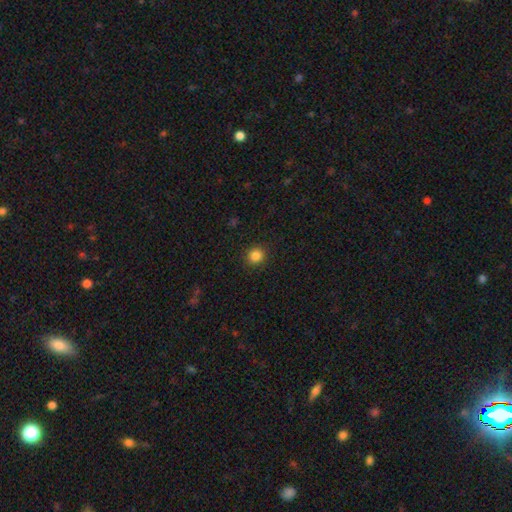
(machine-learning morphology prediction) Smooth or featured?
  - smooth: 85% *
  - star or artifact: 12%
  - featured or disk: 4%
How rounded?
  - round: 90% *
  - in between: 9%
  - cigar-shaped: 1%
Merging?
  - none: 91% *
  - minor disturbance: 6%
  - major disturbance: 2%
  - merger: 1%